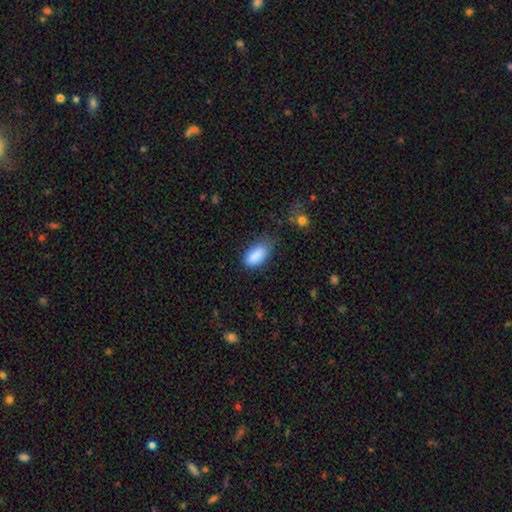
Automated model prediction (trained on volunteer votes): This appears to be a smooth galaxy with no disk features (88%) that is in between round and cigar-shaped (93%). Merging: none (58%).